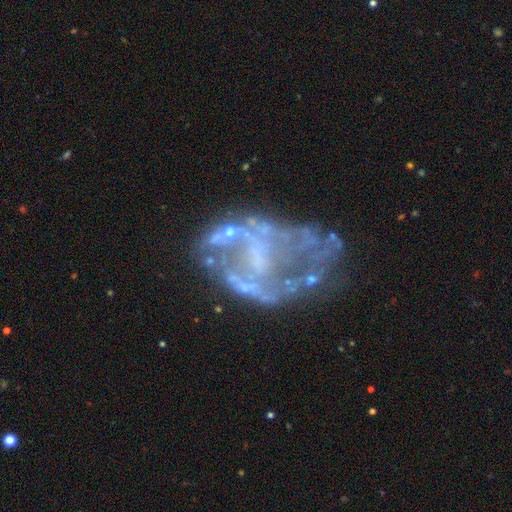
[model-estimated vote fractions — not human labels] Q: Smooth or featured?
A: featured or disk (78%); runner-up: star or artifact (11%)
Q: Edge-on disk?
A: no (98%); runner-up: yes (2%)
Q: Bar?
A: no (64%); runner-up: weak (26%)
Q: Spiral arms?
A: no (65%); runner-up: yes (35%)
Q: Bulge size?
A: none (61%); runner-up: small (23%)
Q: Merging?
A: none (43%); runner-up: major disturbance (30%)